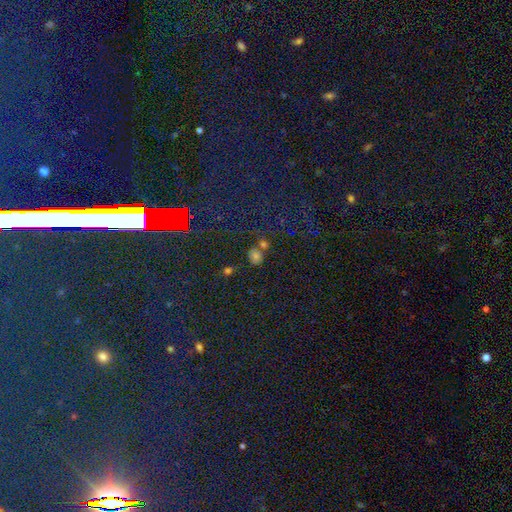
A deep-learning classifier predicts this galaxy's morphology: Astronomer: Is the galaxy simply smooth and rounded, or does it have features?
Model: smooth — 50% (runner-up: star or artifact, 40%).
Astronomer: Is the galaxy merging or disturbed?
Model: none — 62%.